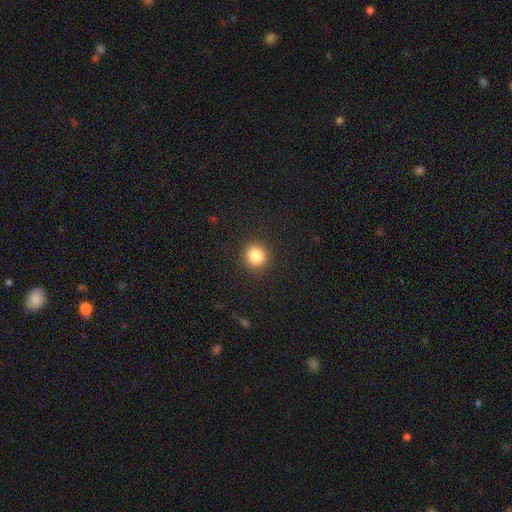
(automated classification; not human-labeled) Smooth or featured? smooth (84%)
How rounded? round (92%)
Merging? none (92%)